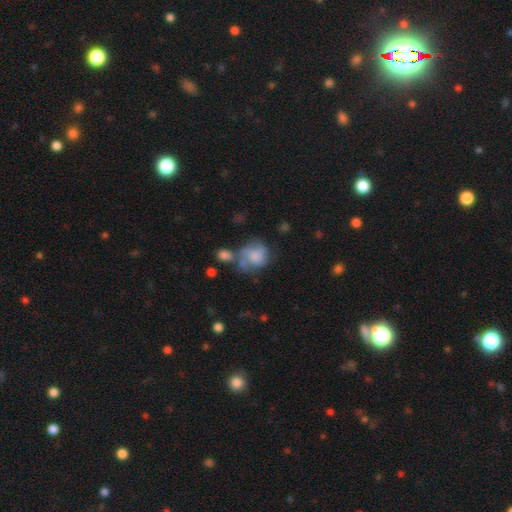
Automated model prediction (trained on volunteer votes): Smooth or featured? smooth (52%)
How rounded? round (57%)
Merging? none (30%)